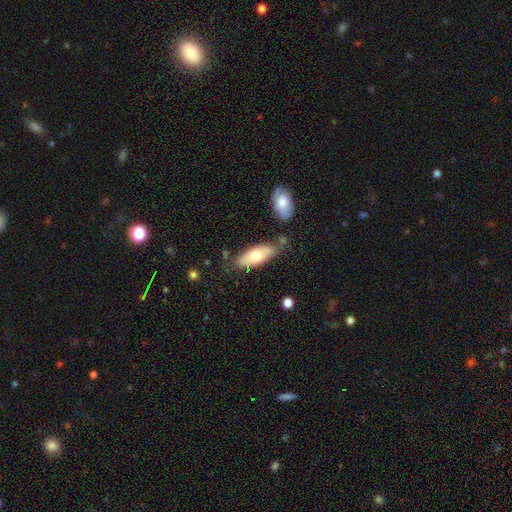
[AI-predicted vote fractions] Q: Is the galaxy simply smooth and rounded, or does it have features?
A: smooth — 69%.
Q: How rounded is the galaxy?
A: in between — 75%.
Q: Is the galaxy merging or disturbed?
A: none — 70%.